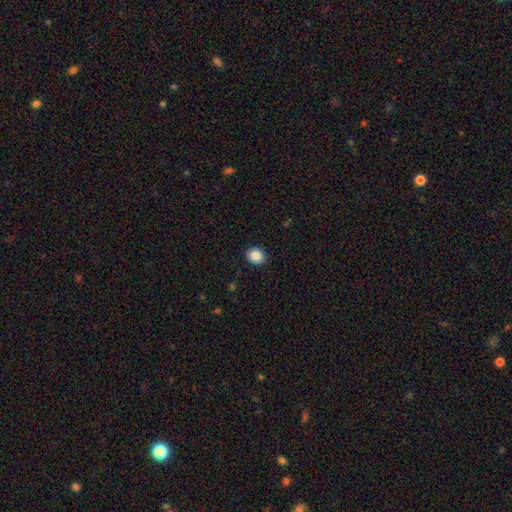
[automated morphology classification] The model was most divided on "how rounded": round: 69%, in between: 30%, cigar-shaped: 1%. More confident: merging — none (92%); smooth or featured — smooth (86%).